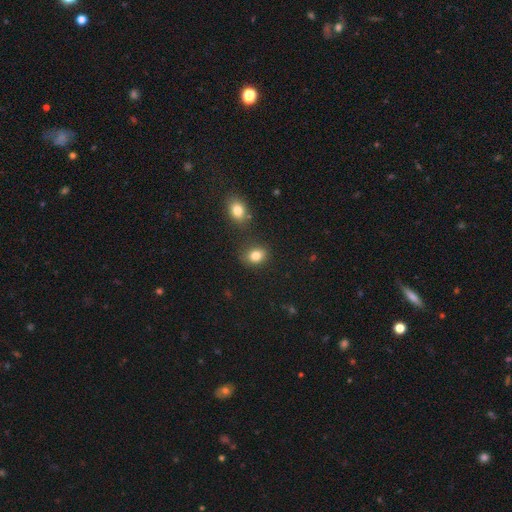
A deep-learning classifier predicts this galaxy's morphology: This appears to be a smooth galaxy with no disk features (82%) that is in between round and cigar-shaped (52%). Merging: none (78%).